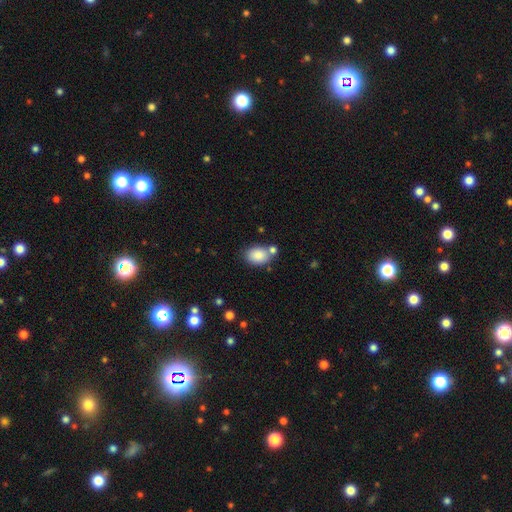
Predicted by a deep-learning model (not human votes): Smooth or featured? Predicted: smooth (p=0.86). How rounded? Predicted: in between (p=0.75). Merging? Predicted: none (p=0.64).